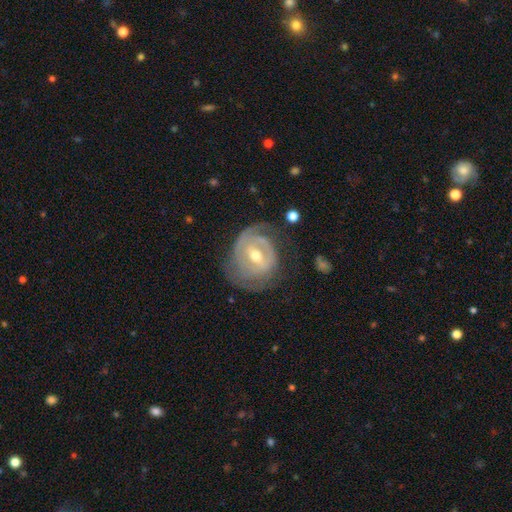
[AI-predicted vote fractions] smooth-or-featured: featured or disk: 81% | smooth: 13% | star or artifact: 5%
  disk-edge-on: no: 97% | yes: 3%
    bar: weak: 49% | no: 27% | strong: 24%
    has-spiral-arms: yes: 83% | no: 17%
      spiral-winding: tight: 66% | medium: 25% | loose: 10%
      spiral-arm-count: 2: 37% | can't tell: 31% | 1: 20% | 3: 8% | 4: 3% | more than 4: 2%
    bulge-size: moderate: 67% | small: 28% | large: 3% | none: 1% | dominant: 1%
  merging: none: 58% | minor disturbance: 24% | major disturbance: 16% | merger: 2%